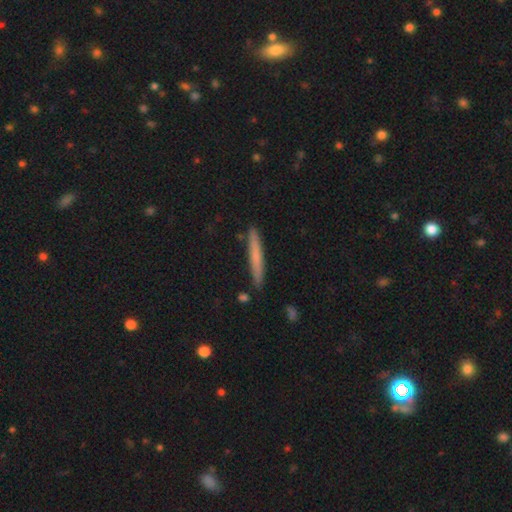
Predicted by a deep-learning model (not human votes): Smooth or featured?
  - smooth: 67% *
  - featured or disk: 28%
  - star or artifact: 6%
How rounded?
  - cigar-shaped: 96% *
  - in between: 2%
  - round: 1%
Merging?
  - none: 89% *
  - minor disturbance: 8%
  - merger: 2%
  - major disturbance: 1%